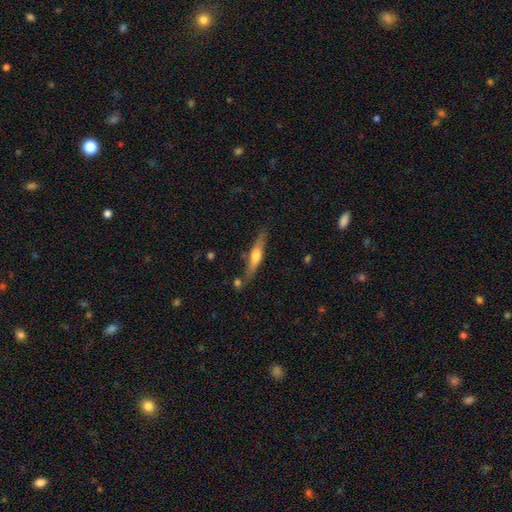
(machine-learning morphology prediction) Q: Smooth or featured?
A: featured or disk (51%); runner-up: smooth (43%)
Q: Edge-on disk?
A: yes (91%); runner-up: no (9%)
Q: Merging?
A: none (75%); runner-up: minor disturbance (15%)